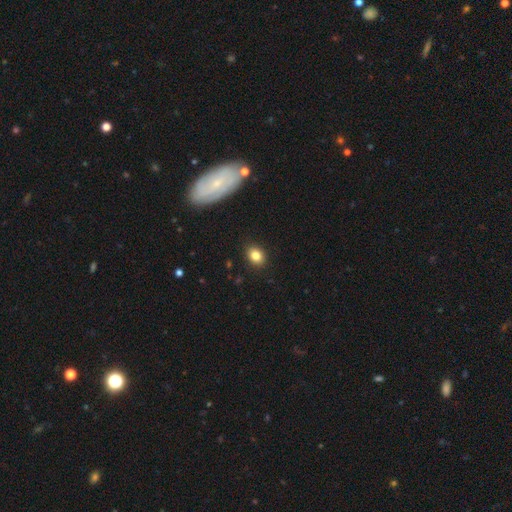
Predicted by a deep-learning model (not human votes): Smooth or featured? Predicted: smooth (p=0.82). How rounded? Predicted: in between (p=0.54). Merging? Predicted: none (p=0.88).